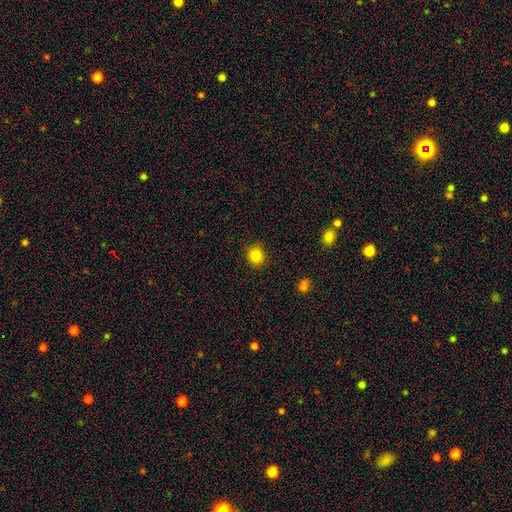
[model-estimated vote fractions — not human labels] A smooth galaxy with no disk features (84%) that is round (85%). Merging: none (89%).